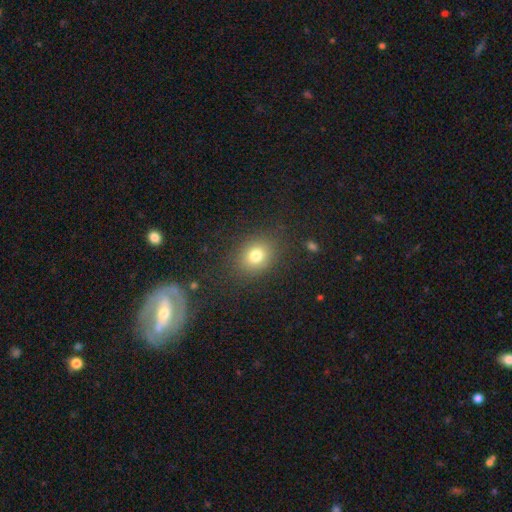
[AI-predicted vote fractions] smooth_or_featured: smooth (p=0.77) [alt: star or artifact p=0.13]
how_rounded: round (p=0.50) [alt: in between p=0.49]
merging: none (p=0.84) [alt: minor disturbance p=0.10]